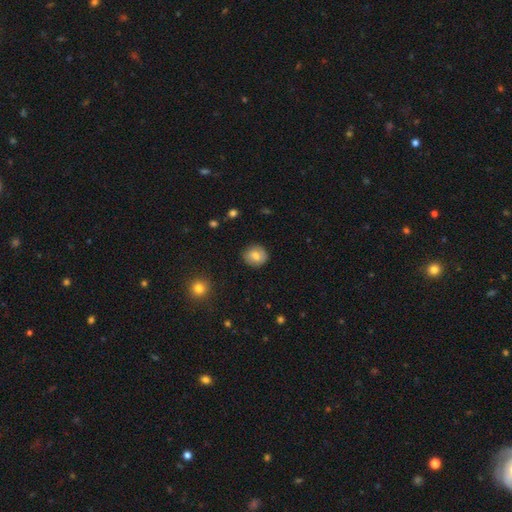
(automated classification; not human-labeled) smooth_or_featured: smooth (p=0.70) [alt: featured or disk p=0.21]
how_rounded: round (p=0.84) [alt: in between p=0.15]
merging: none (p=0.86) [alt: minor disturbance p=0.11]